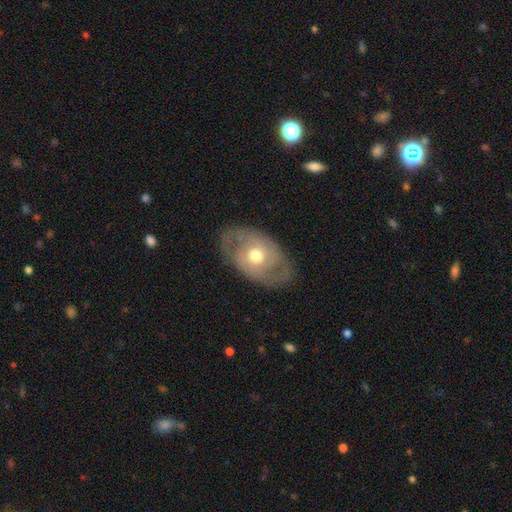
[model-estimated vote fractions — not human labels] Overall: featured or disk (64%; smooth 31%). Edge-on disk: no (91%). Bar: no (76%). Spiral arms: yes (51%; no 49%). Bulge size: moderate (72%). Merging: none (79%).